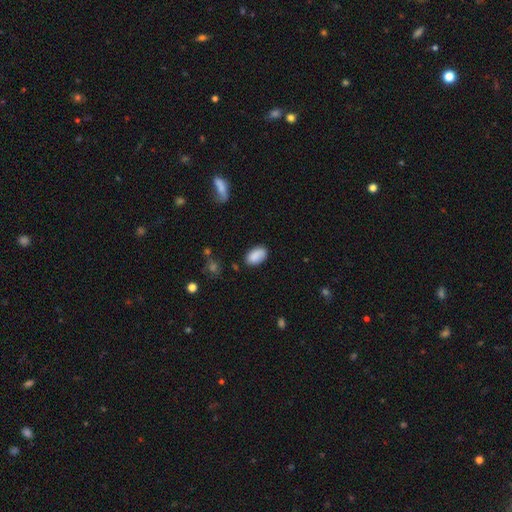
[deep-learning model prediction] Overall: smooth (88%). How rounded: in between (93%). Merging: none (82%).